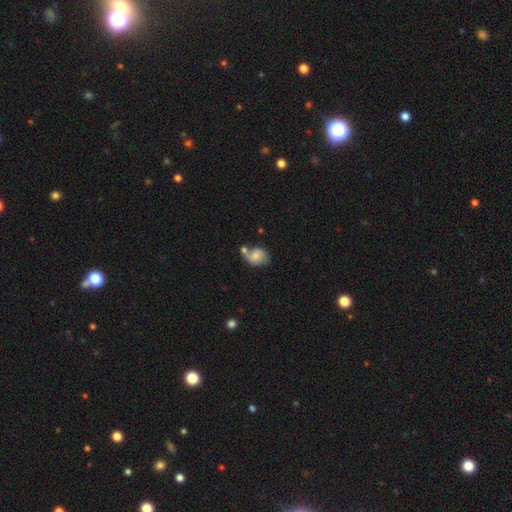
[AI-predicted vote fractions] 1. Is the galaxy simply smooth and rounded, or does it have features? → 48% smooth, 43% featured or disk, 8% star or artifact.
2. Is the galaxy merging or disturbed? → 37% none, 33% merger, 21% minor disturbance, 9% major disturbance.